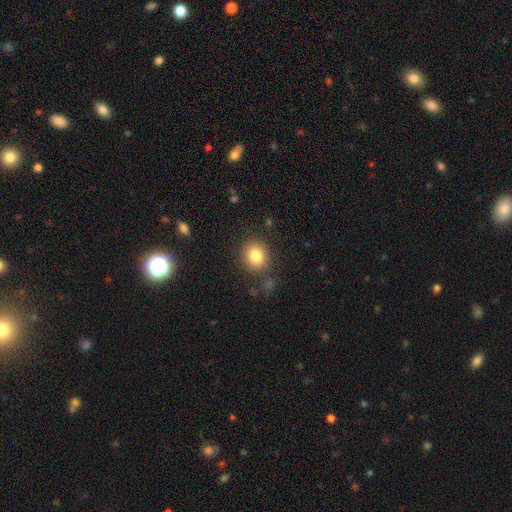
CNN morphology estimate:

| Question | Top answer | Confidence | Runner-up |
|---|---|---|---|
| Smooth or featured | smooth | 82% | star or artifact (10%) |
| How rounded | round | 79% | in between (20%) |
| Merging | none | 85% | minor disturbance (9%) |